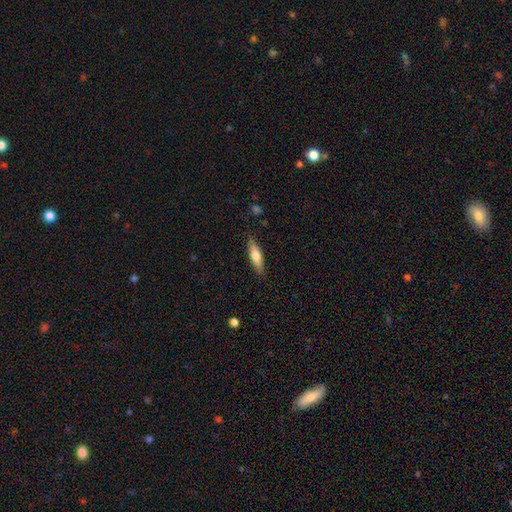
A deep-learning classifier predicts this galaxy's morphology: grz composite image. It shows a smooth galaxy with no disk features (62%) that is cigar-shaped (64%). Merging: none (87%).